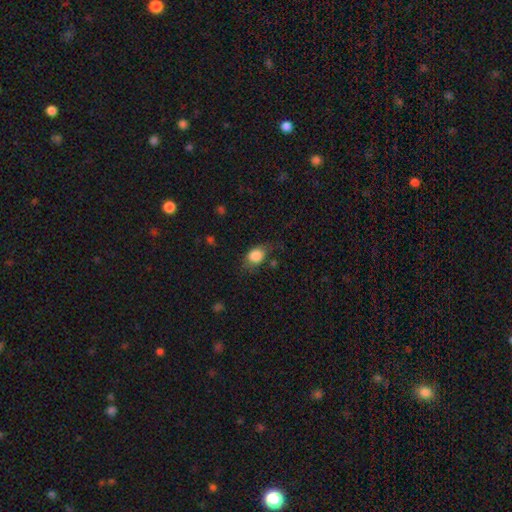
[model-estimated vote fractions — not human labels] A smooth galaxy with no disk features (83%) that is in between round and cigar-shaped (63%). Merging: none (52%).